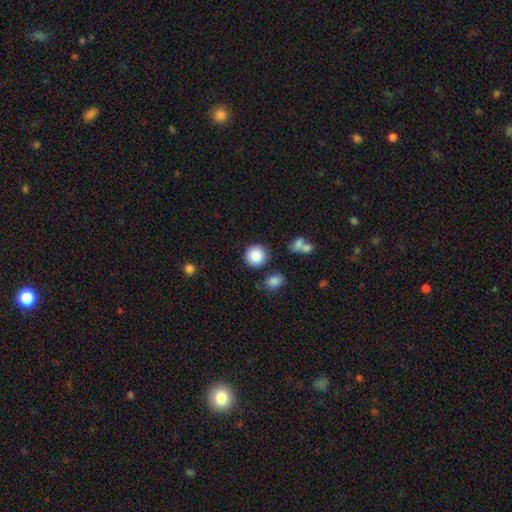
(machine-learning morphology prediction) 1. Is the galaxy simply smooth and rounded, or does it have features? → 85% smooth, 9% star or artifact, 6% featured or disk.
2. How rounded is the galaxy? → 92% round, 7% in between, 1% cigar-shaped.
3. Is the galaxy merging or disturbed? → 83% none, 8% minor disturbance, 5% merger, 3% major disturbance.